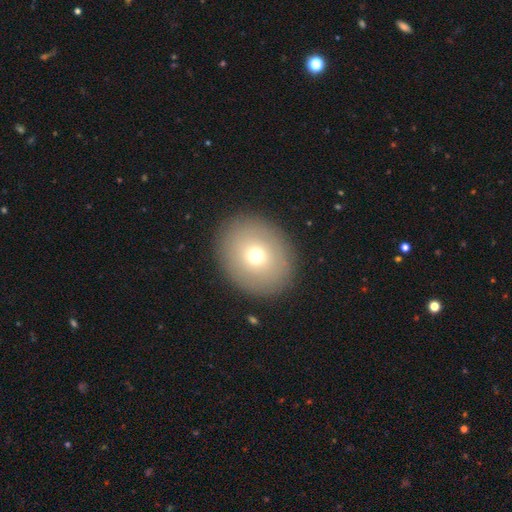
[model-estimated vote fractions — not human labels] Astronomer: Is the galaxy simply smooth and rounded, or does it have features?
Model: smooth — 69%.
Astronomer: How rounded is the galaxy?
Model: round — 62% (runner-up: in between, 37%).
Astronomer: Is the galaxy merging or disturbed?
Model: none — 89%.